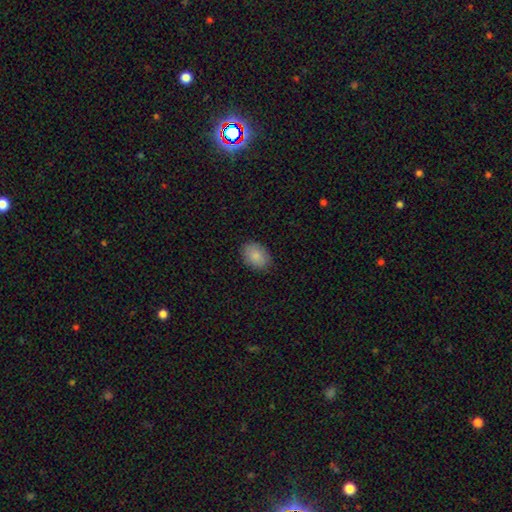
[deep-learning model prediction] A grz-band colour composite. It shows a smooth galaxy with no disk features (87%) that is in between round and cigar-shaped (79%). Merging: none (87%).